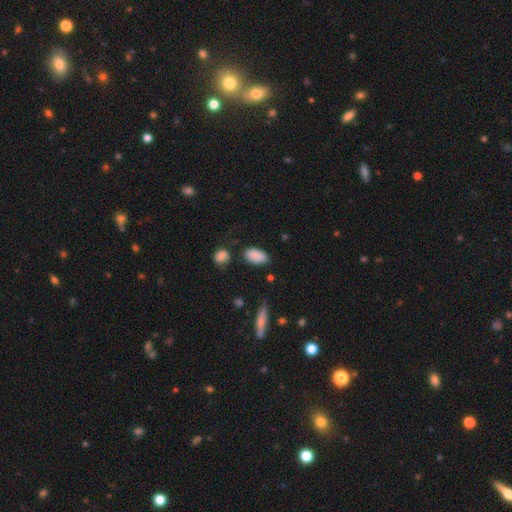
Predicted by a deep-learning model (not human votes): A smooth galaxy with no disk features (88%) that is in between round and cigar-shaped (93%). Merging: none (76%).